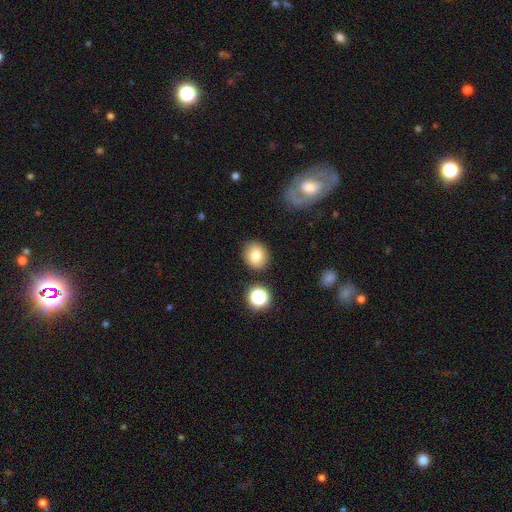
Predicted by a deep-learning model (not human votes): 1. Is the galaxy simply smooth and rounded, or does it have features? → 79% smooth, 11% star or artifact, 10% featured or disk.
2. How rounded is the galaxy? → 73% round, 26% in between, 1% cigar-shaped.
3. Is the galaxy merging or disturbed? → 86% none, 9% minor disturbance, 3% merger, 3% major disturbance.